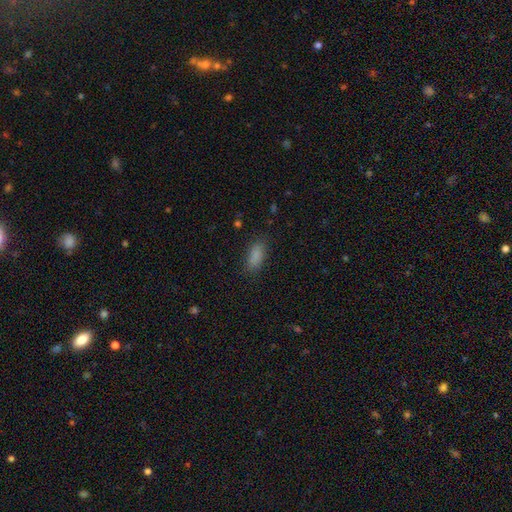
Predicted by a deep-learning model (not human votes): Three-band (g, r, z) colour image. It shows a smooth galaxy with no disk features (86%) that is in between round and cigar-shaped (82%). Merging: none (84%).